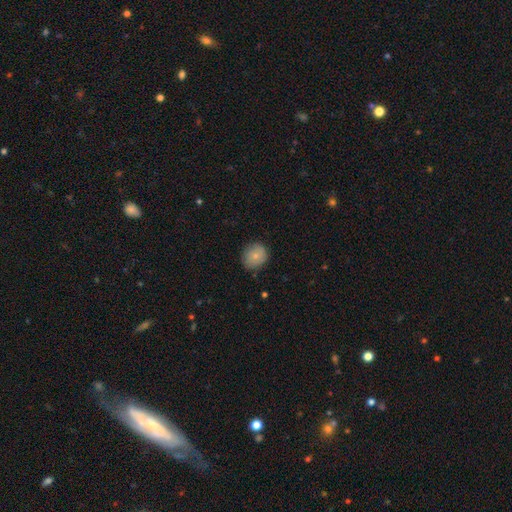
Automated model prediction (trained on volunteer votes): This appears to be a smooth galaxy with no disk features (77%) that is round (78%). Merging: none (81%).